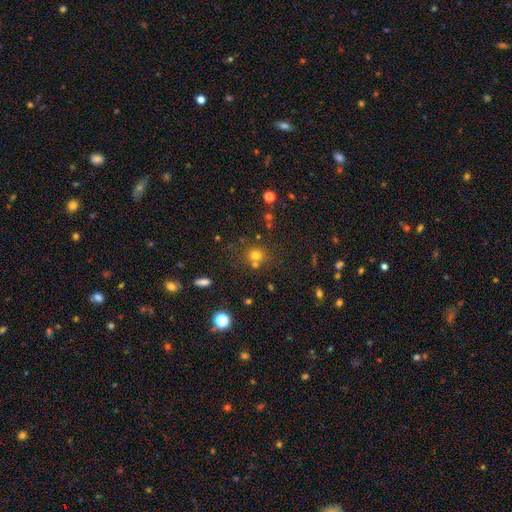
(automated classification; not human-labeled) Smooth or featured? Predicted: smooth (p=0.70). How rounded? Predicted: round (p=0.85). Merging? Predicted: none (p=0.66).